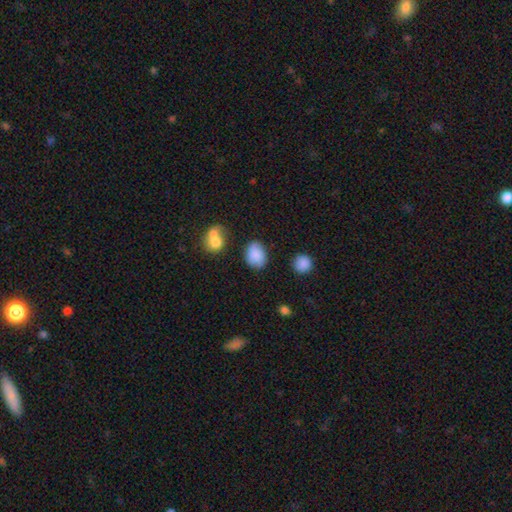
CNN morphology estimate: The model was most divided on "how rounded": in between: 70%, round: 29%, cigar-shaped: 1%. More confident: smooth or featured — smooth (82%); merging — none (71%).